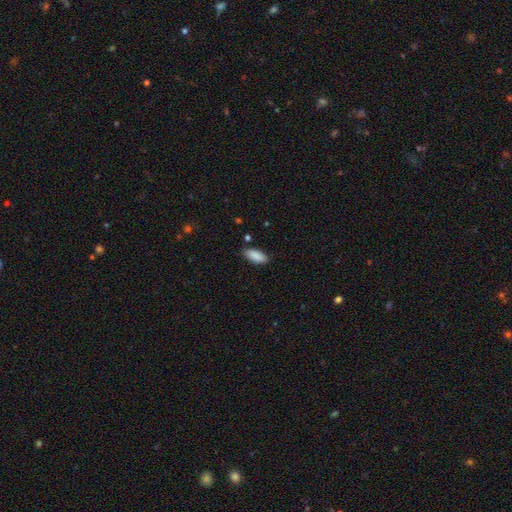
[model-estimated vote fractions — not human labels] Morphology: type=smooth (90%); roundness=in between (84%); merging=none (84%).